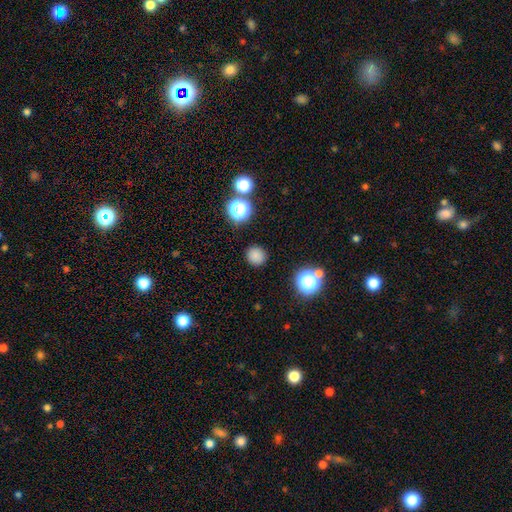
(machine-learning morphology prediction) The model was most divided on "smooth or featured": smooth: 81%, star or artifact: 15%, featured or disk: 4%. More confident: how rounded — round (92%); merging — none (89%).